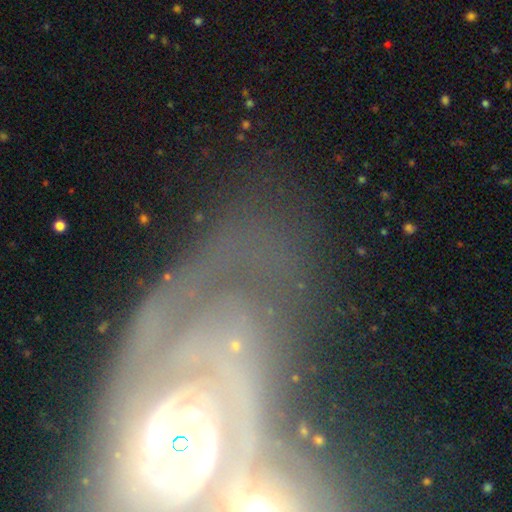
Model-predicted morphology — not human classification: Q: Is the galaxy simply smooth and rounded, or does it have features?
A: featured or disk — 74%.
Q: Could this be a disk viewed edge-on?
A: no — 90%.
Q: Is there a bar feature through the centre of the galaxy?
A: no — 62%.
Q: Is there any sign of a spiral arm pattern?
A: yes — 83%.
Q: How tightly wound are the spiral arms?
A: tight — 74%.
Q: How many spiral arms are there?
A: can't tell — 34%.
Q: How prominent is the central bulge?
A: small — 53%.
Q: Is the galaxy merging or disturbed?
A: none — 57%.